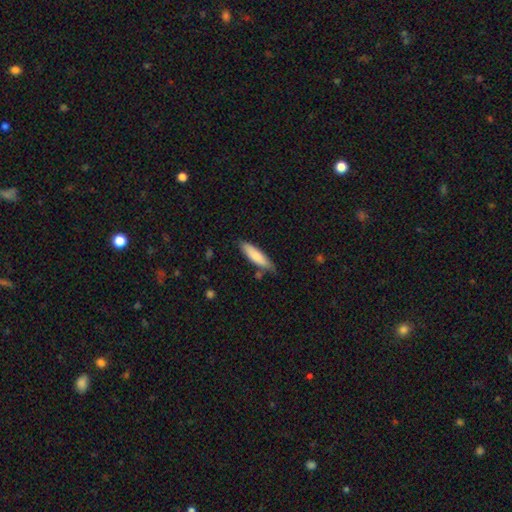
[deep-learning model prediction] Smooth or featured? Predicted: smooth (p=0.80). How rounded? Predicted: cigar-shaped (p=0.65). Merging? Predicted: none (p=0.74).